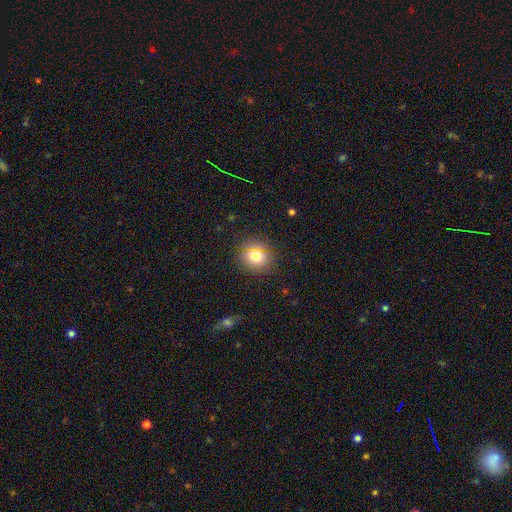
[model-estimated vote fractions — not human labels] Q: Smooth or featured?
A: smooth (74%); runner-up: star or artifact (16%)
Q: How rounded?
A: round (83%); runner-up: in between (16%)
Q: Merging?
A: none (87%); runner-up: minor disturbance (9%)